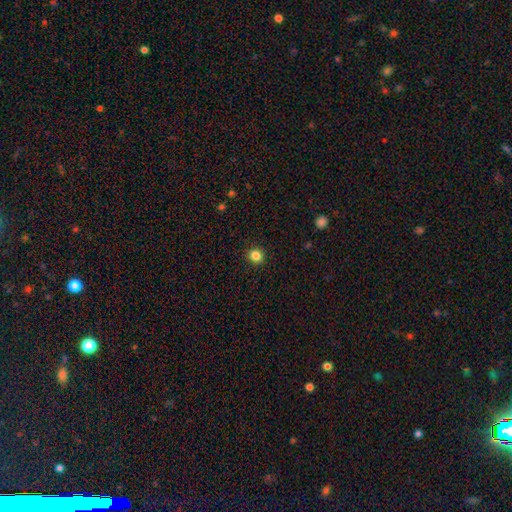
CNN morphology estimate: Overall: smooth (84%). How rounded: round (86%). Merging: none (92%).